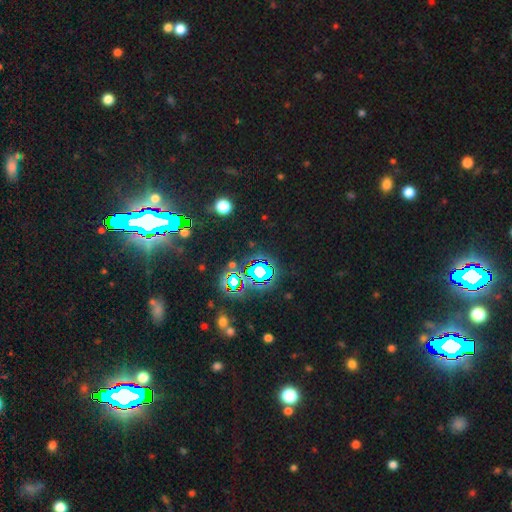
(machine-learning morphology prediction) A star or artifact, not a galaxy (83%).

Vote fractions:
- Smooth or featured? star or artifact: 83% / smooth: 9% / featured or disk: 8%